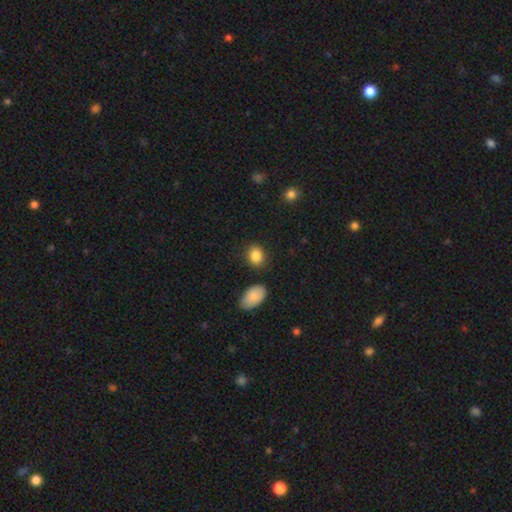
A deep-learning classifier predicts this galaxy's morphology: This is clearly a smooth galaxy (87%). How rounded: possibly in between (52%). Merging: clearly none (84%).